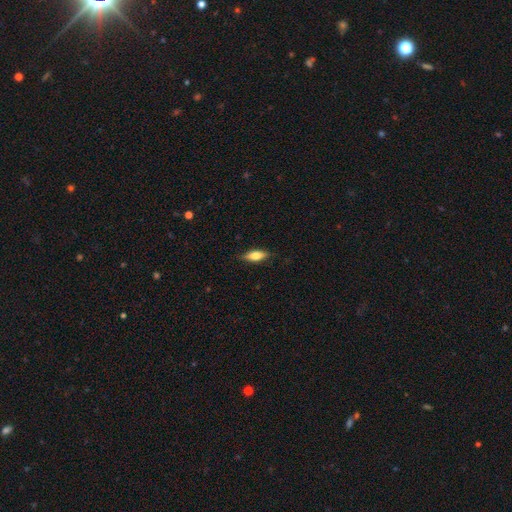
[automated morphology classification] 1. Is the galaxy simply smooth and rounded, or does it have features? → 67% smooth, 27% featured or disk, 6% star or artifact.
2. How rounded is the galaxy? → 64% in between, 33% cigar-shaped, 3% round.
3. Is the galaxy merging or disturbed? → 84% none, 12% minor disturbance, 2% major disturbance, 1% merger.